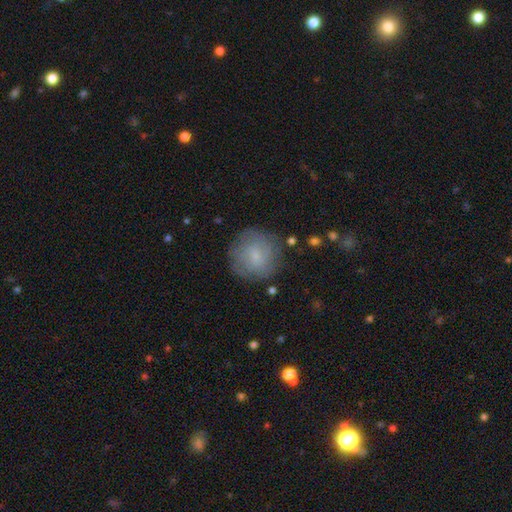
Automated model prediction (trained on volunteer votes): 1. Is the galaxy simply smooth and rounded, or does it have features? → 66% smooth, 26% featured or disk, 8% star or artifact.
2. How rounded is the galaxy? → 91% round, 8% in between, 1% cigar-shaped.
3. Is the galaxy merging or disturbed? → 76% none, 16% minor disturbance, 6% major disturbance, 2% merger.